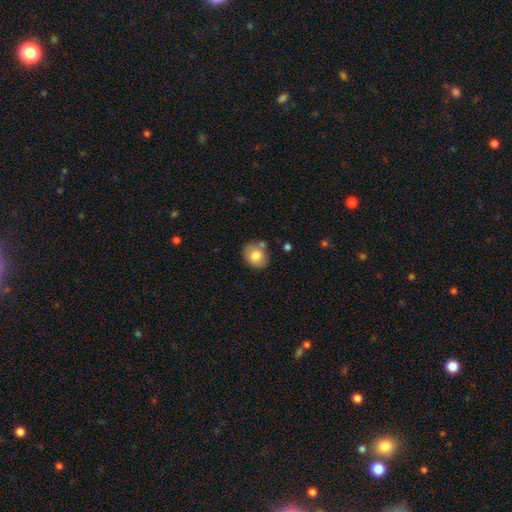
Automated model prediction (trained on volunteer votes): Smooth or featured?
  - smooth: 80% *
  - featured or disk: 12%
  - star or artifact: 8%
How rounded?
  - round: 57% *
  - in between: 43%
  - cigar-shaped: 1%
Merging?
  - none: 71% *
  - minor disturbance: 16%
  - merger: 9%
  - major disturbance: 4%